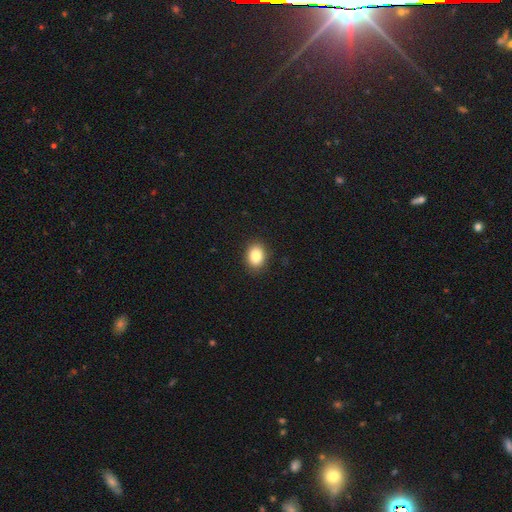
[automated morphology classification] smooth 85%, star or artifact 9%, featured or disk 6%. Down the decision tree: how rounded — in between (62%); merging — none (90%).